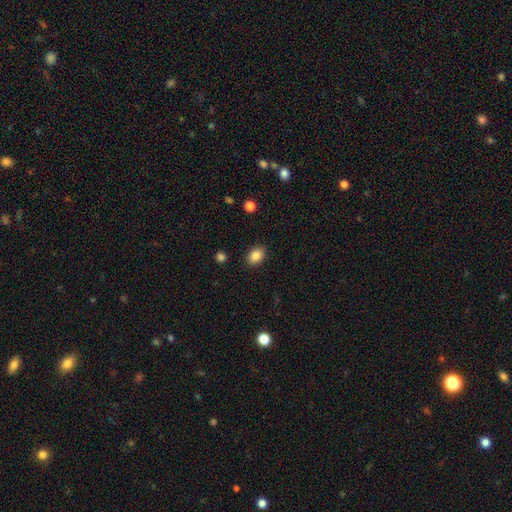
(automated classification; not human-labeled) Q: Smooth or featured?
A: smooth (86%); runner-up: star or artifact (9%)
Q: How rounded?
A: in between (70%); runner-up: round (29%)
Q: Merging?
A: none (88%); runner-up: minor disturbance (9%)